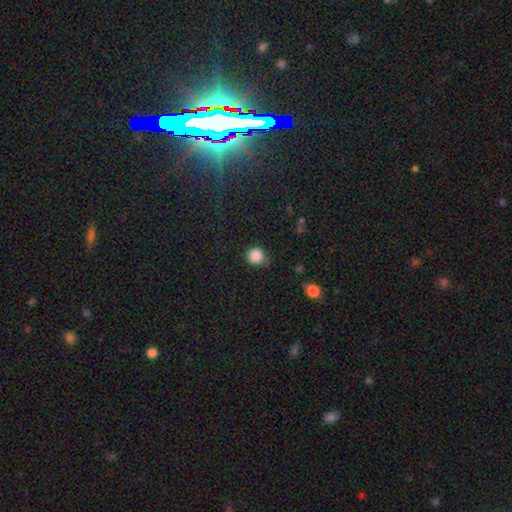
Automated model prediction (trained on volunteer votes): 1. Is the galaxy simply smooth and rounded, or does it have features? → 87% smooth, 10% star or artifact, 3% featured or disk.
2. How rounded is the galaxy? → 91% round, 8% in between, 1% cigar-shaped.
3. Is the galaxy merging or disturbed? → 76% none, 17% minor disturbance, 4% major disturbance, 2% merger.